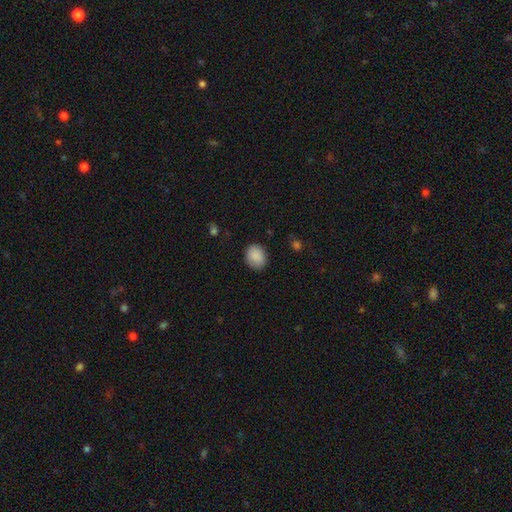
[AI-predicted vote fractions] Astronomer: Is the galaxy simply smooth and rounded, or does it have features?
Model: smooth — 89%.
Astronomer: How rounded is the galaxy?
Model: in between — 51% (runner-up: round, 48%).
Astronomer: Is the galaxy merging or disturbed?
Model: none — 86%.